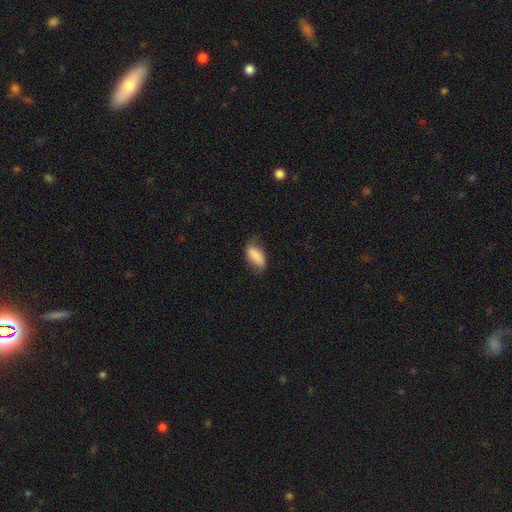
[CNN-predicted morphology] Overall: smooth (77%). How rounded: in between (91%). Merging: none (52%; minor disturbance 33%).